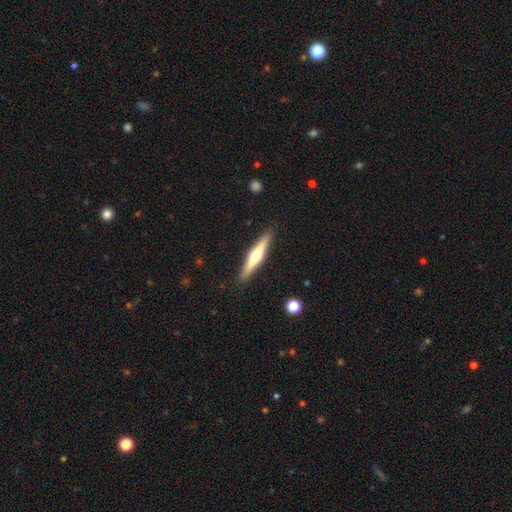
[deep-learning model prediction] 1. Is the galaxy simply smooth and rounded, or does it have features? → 60% featured or disk, 35% smooth, 5% star or artifact.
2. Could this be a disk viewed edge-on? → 97% yes, 3% no.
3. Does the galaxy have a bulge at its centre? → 89% rounded, 6% none, 5% boxy.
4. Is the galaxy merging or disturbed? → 90% none, 7% minor disturbance, 1% major disturbance, 1% merger.